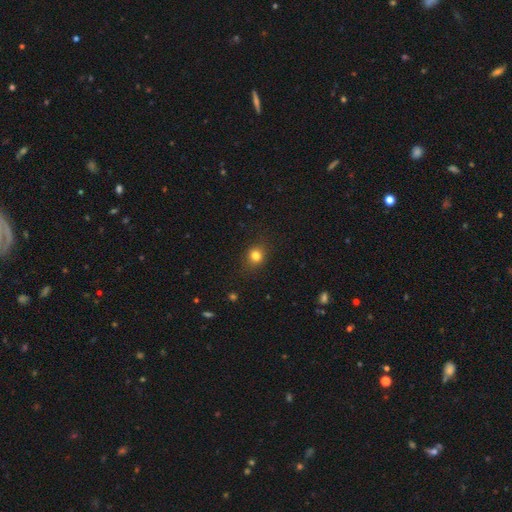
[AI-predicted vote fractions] smooth_or_featured: smooth (p=0.80) [alt: star or artifact p=0.13]
how_rounded: round (p=0.76) [alt: in between p=0.23]
merging: none (p=0.84) [alt: minor disturbance p=0.11]